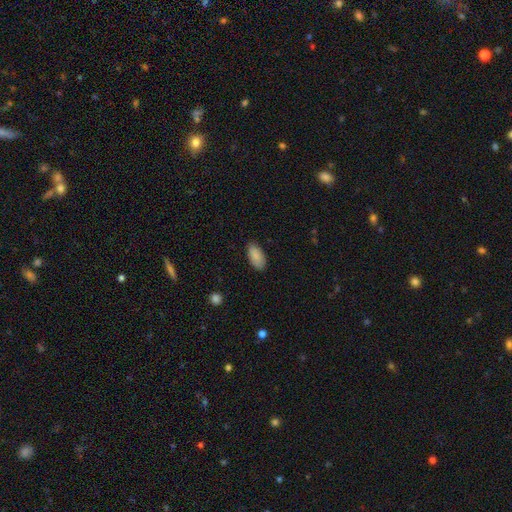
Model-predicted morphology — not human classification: Smooth or featured? Predicted: smooth (p=0.89). How rounded? Predicted: in between (p=0.93). Merging? Predicted: none (p=0.84).